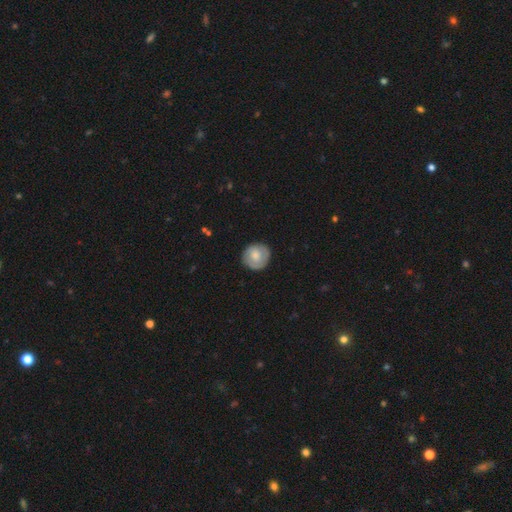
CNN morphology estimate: Smooth or featured?
  - smooth: 67% *
  - featured or disk: 27%
  - star or artifact: 6%
How rounded?
  - round: 89% *
  - in between: 10%
  - cigar-shaped: 1%
Merging?
  - none: 82% *
  - minor disturbance: 13%
  - major disturbance: 3%
  - merger: 1%